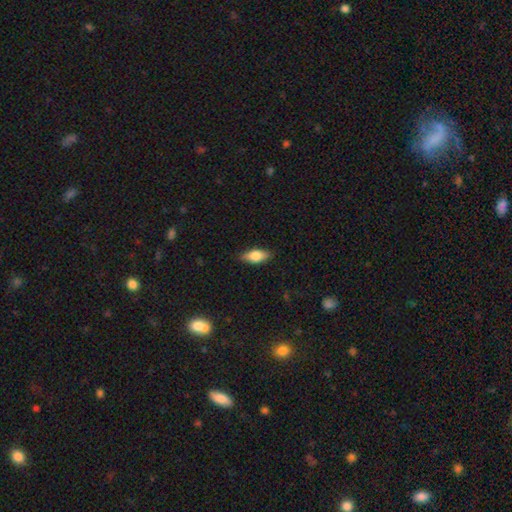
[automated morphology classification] type=smooth (73%); roundness=in between (81%); merging=none (86%).